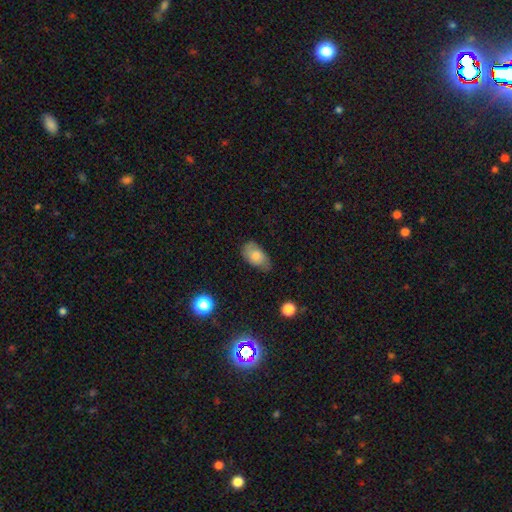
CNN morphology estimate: smooth-or-featured: smooth: 67% | featured or disk: 25% | star or artifact: 8%
  how-rounded: in between: 91% | round: 7% | cigar-shaped: 2%
  merging: none: 63% | minor disturbance: 29% | major disturbance: 6% | merger: 1%